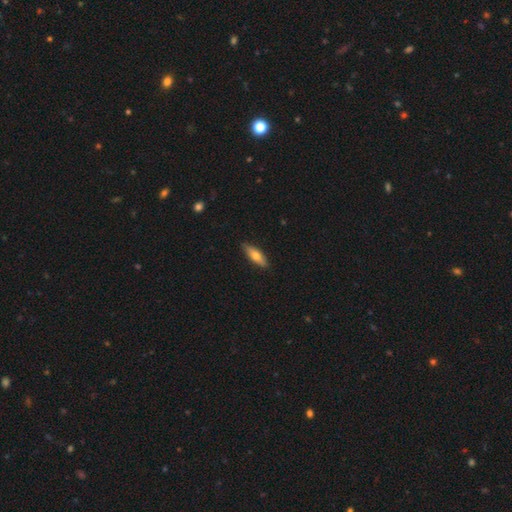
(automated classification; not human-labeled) Q: Smooth or featured?
A: smooth (65%); runner-up: featured or disk (29%)
Q: How rounded?
A: in between (51%); runner-up: cigar-shaped (46%)
Q: Merging?
A: none (87%); runner-up: minor disturbance (10%)